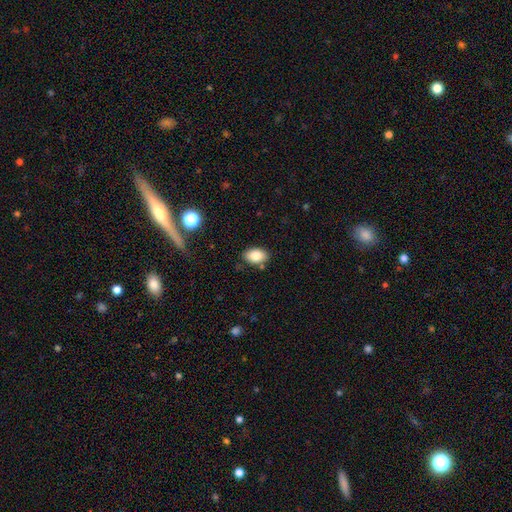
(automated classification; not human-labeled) A smooth galaxy with no disk features (85%) that is in between round and cigar-shaped (89%). Merging: none (82%).